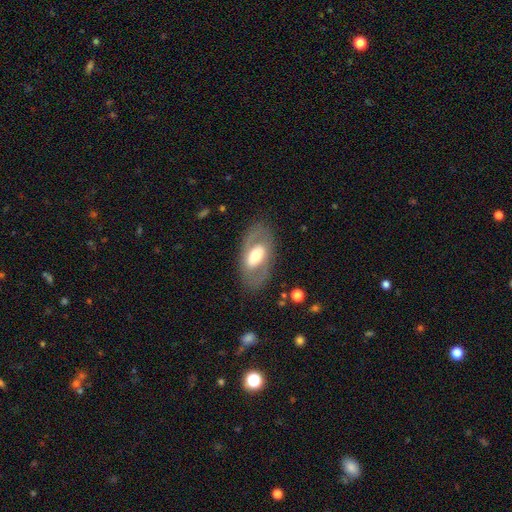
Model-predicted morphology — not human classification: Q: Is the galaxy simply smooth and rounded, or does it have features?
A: featured or disk — 60%.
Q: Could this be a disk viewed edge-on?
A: no — 90%.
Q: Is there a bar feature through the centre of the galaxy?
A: no — 47%.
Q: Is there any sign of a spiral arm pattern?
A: no — 60%.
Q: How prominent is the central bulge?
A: moderate — 57%.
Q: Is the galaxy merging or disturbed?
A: none — 80%.